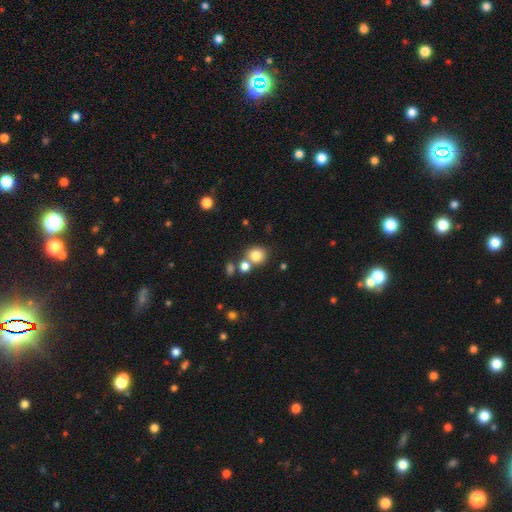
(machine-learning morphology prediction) Smooth or featured?
  - smooth: 81% *
  - star or artifact: 12%
  - featured or disk: 7%
How rounded?
  - round: 81% *
  - in between: 18%
  - cigar-shaped: 1%
Merging?
  - none: 62% *
  - merger: 25%
  - minor disturbance: 10%
  - major disturbance: 4%